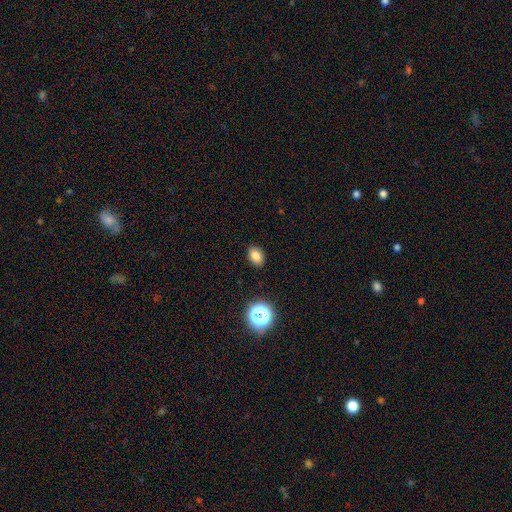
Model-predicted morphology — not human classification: Smooth or featured: smooth — 81% (star or artifact — 13%)
How rounded: in between — 75% (round — 24%)
Merging: none — 88% (minor disturbance — 8%)